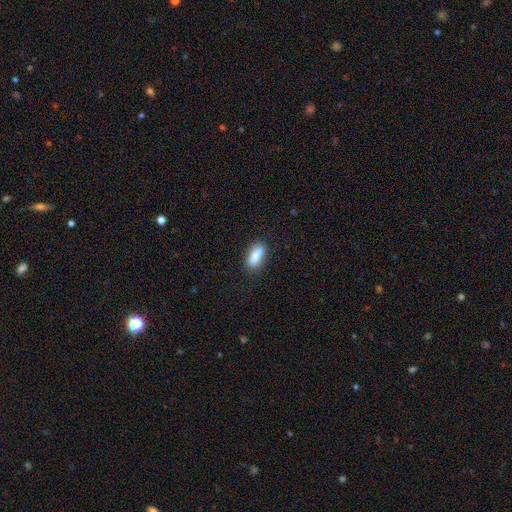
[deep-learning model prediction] This is clearly a smooth galaxy (84%). How rounded: likely in between (76%). Merging: likely none (75%).